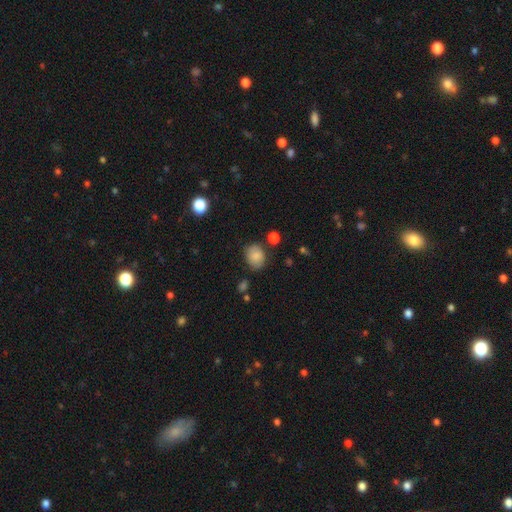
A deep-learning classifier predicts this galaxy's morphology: smooth 78%, featured or disk 13%, star or artifact 9%. Down the decision tree: how rounded — in between (50%); merging — none (70%).